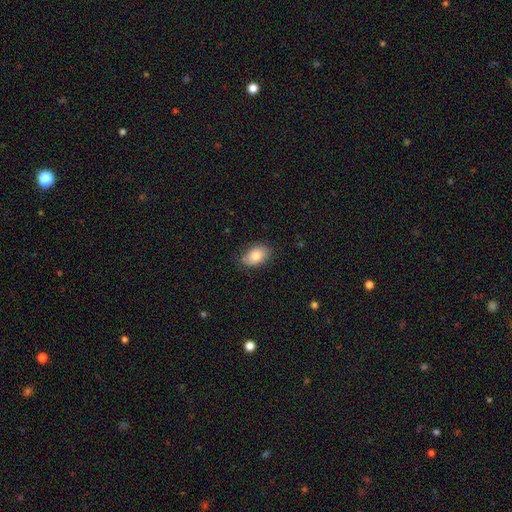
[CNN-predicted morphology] Smooth or featured?
  - smooth: 81% *
  - featured or disk: 12%
  - star or artifact: 8%
How rounded?
  - in between: 88% *
  - round: 10%
  - cigar-shaped: 1%
Merging?
  - none: 79% *
  - minor disturbance: 16%
  - major disturbance: 3%
  - merger: 1%